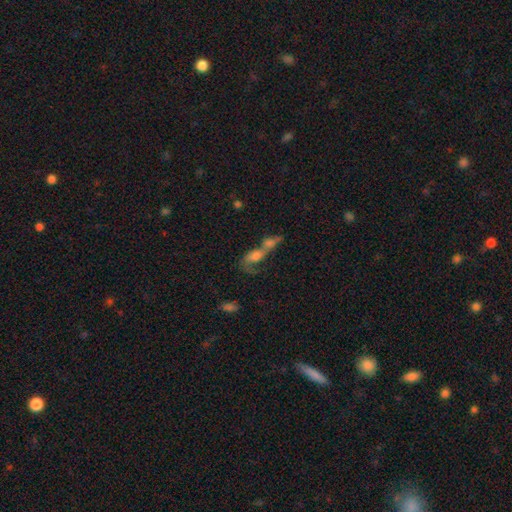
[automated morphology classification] Smooth or featured? smooth (49%)
Merging? merger (75%)